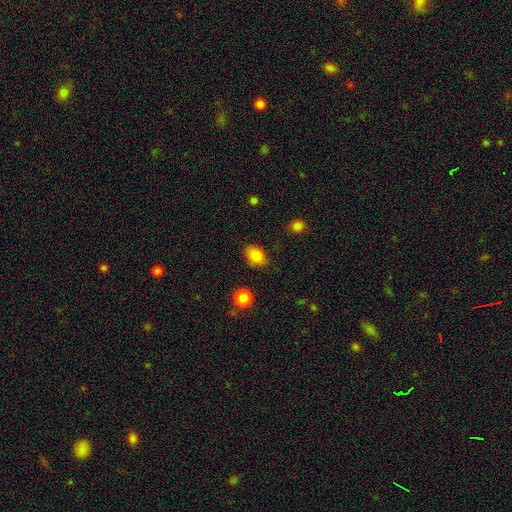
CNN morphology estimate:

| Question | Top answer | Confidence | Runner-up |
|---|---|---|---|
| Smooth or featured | smooth | 83% | star or artifact (9%) |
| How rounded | in between | 77% | round (21%) |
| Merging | none | 81% | minor disturbance (14%) |